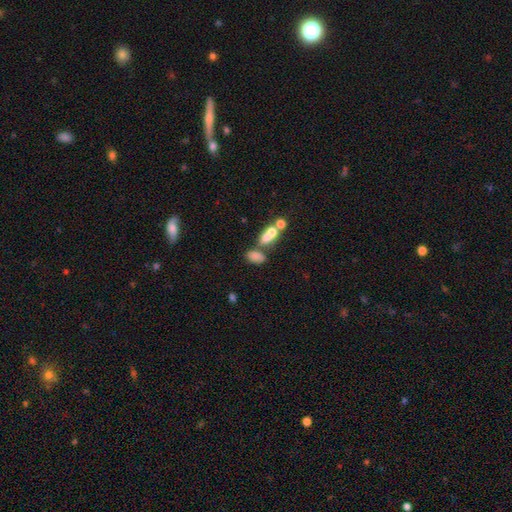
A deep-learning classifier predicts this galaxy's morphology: Overall: smooth (69%). How rounded: in between (79%). Merging: merger (42%; none 36%).